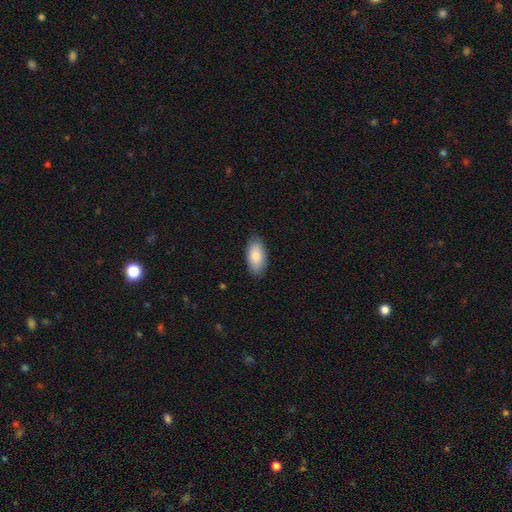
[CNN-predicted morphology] Smooth or featured? smooth (83%)
How rounded? in between (93%)
Merging? none (86%)